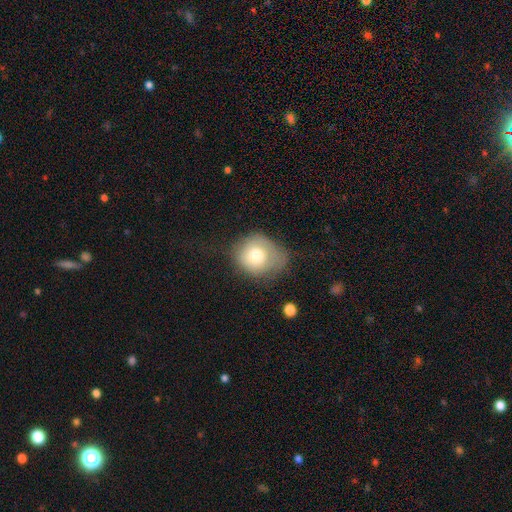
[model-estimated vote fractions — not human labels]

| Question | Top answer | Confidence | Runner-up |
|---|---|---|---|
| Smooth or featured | smooth | 72% | featured or disk (20%) |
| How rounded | round | 70% | in between (29%) |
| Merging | none | 40% | minor disturbance (35%) |